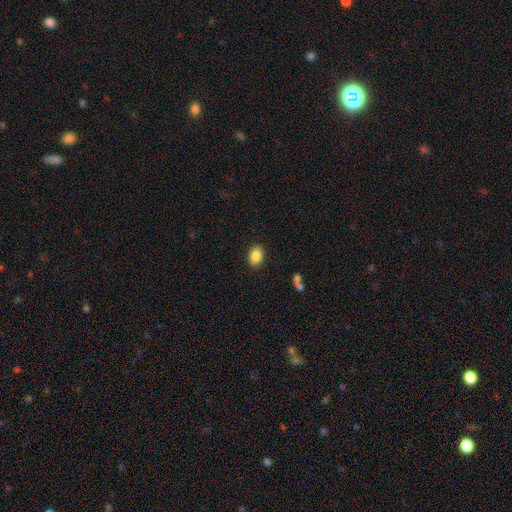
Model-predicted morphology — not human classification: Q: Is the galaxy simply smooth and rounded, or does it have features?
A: smooth — 87%.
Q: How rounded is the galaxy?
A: in between — 79%.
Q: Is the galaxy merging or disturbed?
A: none — 89%.